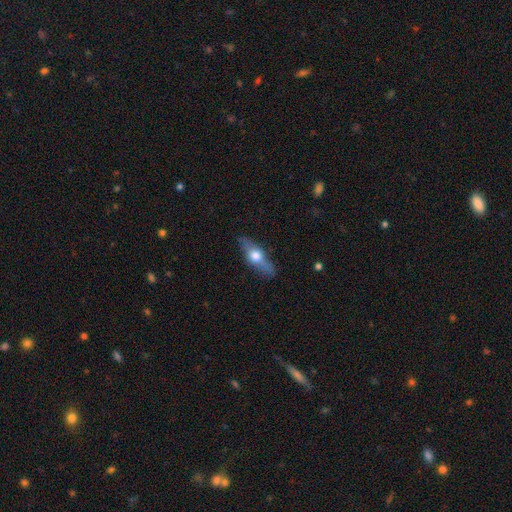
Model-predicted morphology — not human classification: The model was most divided on "smooth or featured": featured or disk: 54%, smooth: 40%, star or artifact: 6%. More confident: edge-on disk — yes (87%); merging — none (82%).